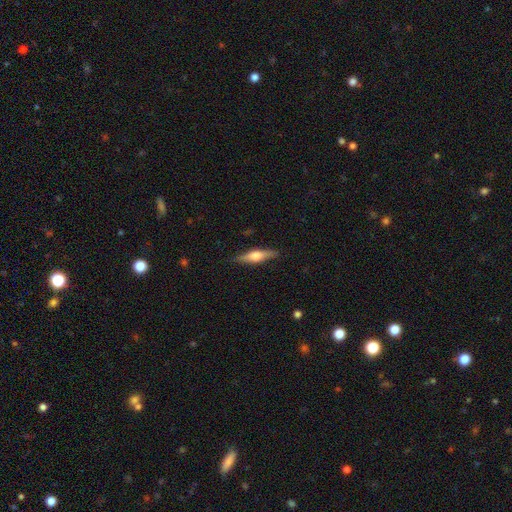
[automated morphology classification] This appears to be a featured or disk galaxy (54%) viewed edge-on (95%) with a rounded central bulge (87%). Merging: none (86%).